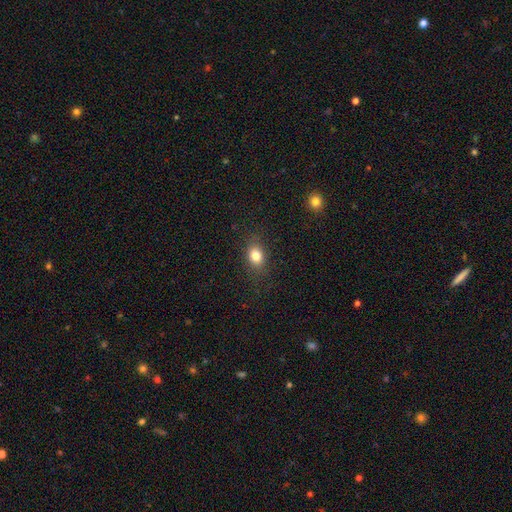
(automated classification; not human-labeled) A smooth galaxy with no disk features (81%) that is in between round and cigar-shaped (62%).

Vote fractions:
- Smooth or featured? smooth: 81% / star or artifact: 11% / featured or disk: 8%
- How rounded? in between: 62% / round: 36% / cigar-shaped: 2%
- Merging? none: 84% / minor disturbance: 11% / major disturbance: 4% / merger: 1%